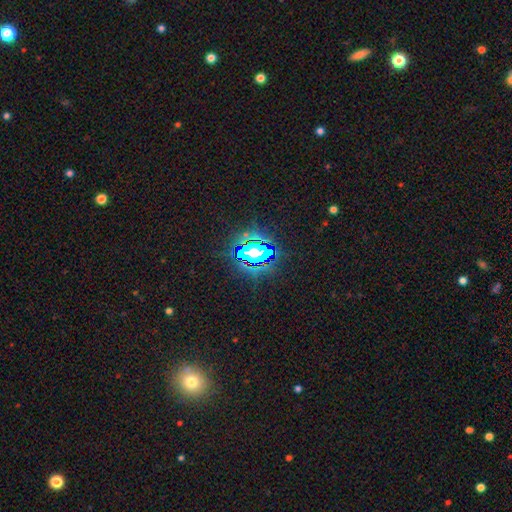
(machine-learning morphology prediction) Smooth or featured?
  - star or artifact: 82% *
  - smooth: 11%
  - featured or disk: 7%